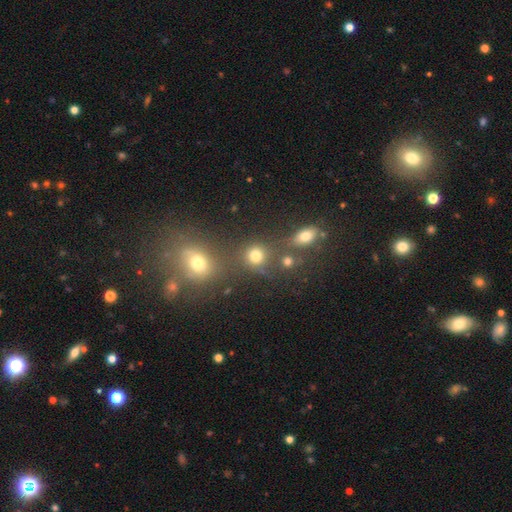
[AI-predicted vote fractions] Smooth or featured?
  - smooth: 76% *
  - star or artifact: 17%
  - featured or disk: 7%
How rounded?
  - round: 86% *
  - in between: 13%
  - cigar-shaped: 1%
Merging?
  - none: 65% *
  - merger: 20%
  - minor disturbance: 10%
  - major disturbance: 5%